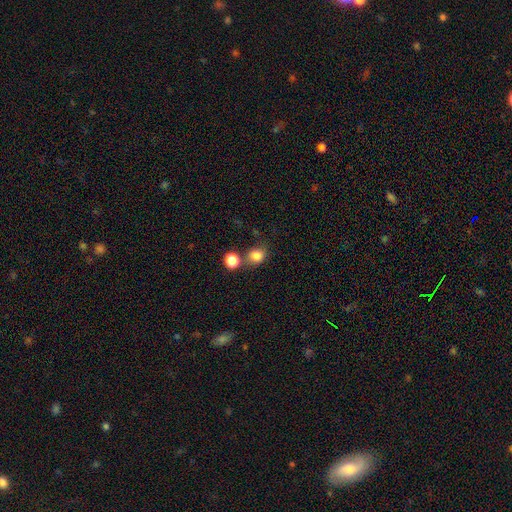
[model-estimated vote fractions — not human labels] This is clearly a smooth galaxy (82%). How rounded: likely round (71%). Merging: likely none (61%).